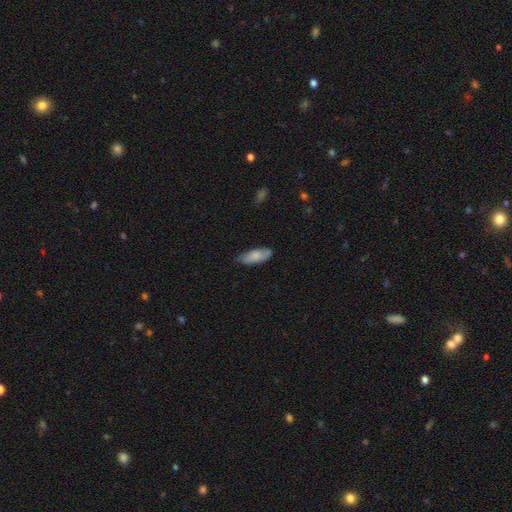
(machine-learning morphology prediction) Smooth or featured? smooth (79%)
How rounded? in between (77%)
Merging? none (68%)